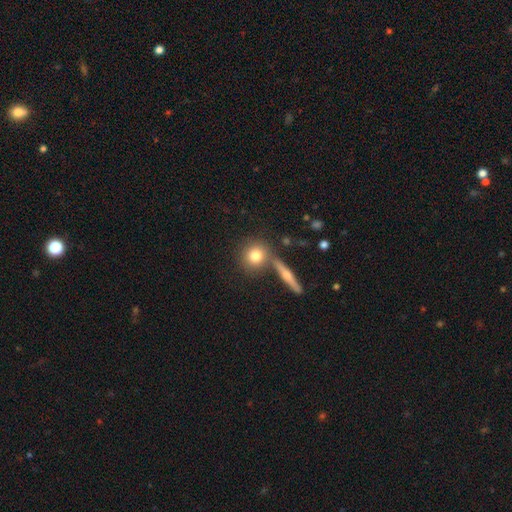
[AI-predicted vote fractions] A smooth galaxy with no disk features (77%) that is round (86%). Merging: none (71%).